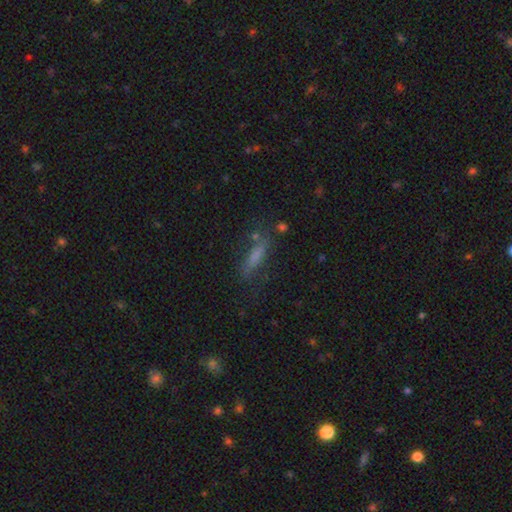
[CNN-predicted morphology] Overall: smooth (64%). How rounded: cigar-shaped (75%). Merging: none (67%).